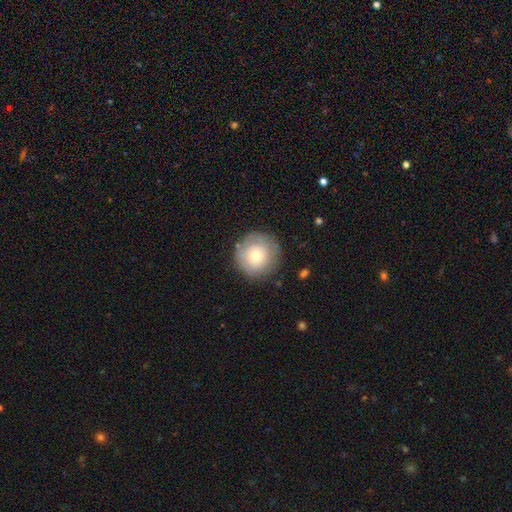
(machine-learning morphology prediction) type=smooth (66%); roundness=round (95%); merging=none (80%).